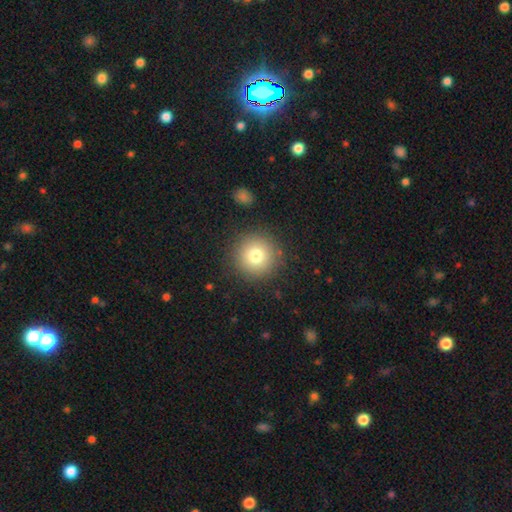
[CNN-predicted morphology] type=smooth (77%); roundness=round (96%); merging=none (89%).